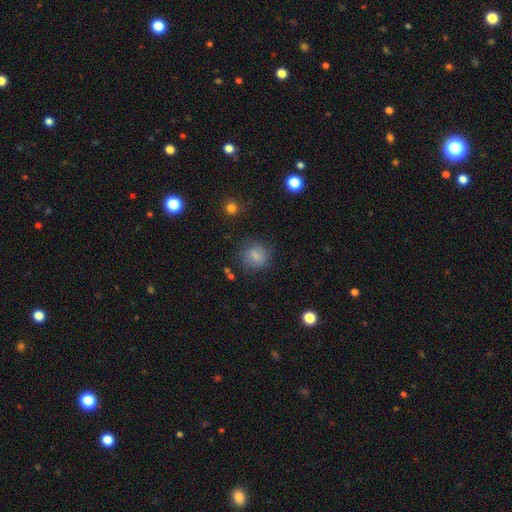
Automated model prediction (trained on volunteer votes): Smooth or featured?
  - smooth: 78% *
  - featured or disk: 11%
  - star or artifact: 11%
How rounded?
  - round: 77% *
  - in between: 22%
  - cigar-shaped: 1%
Merging?
  - none: 71% *
  - minor disturbance: 18%
  - major disturbance: 8%
  - merger: 3%